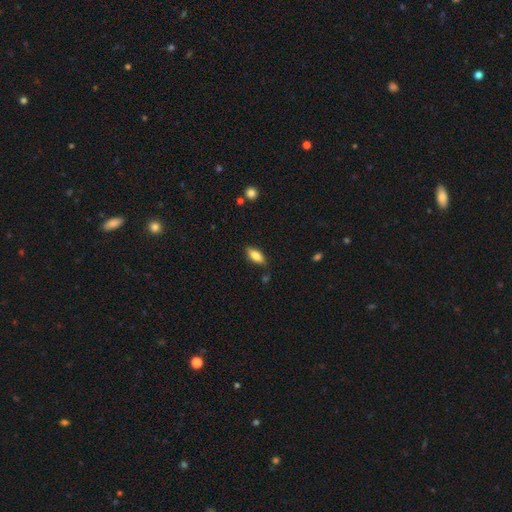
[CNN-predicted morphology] This is clearly a smooth galaxy (80%). How rounded: clearly in between (82%). Merging: clearly none (83%).